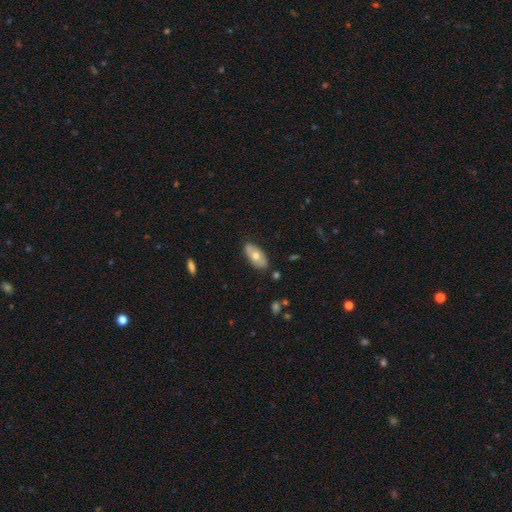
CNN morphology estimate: A smooth galaxy with no disk features (61%) that is in between round and cigar-shaped (92%).

Vote fractions:
- Smooth or featured? smooth: 61% / featured or disk: 33% / star or artifact: 6%
- How rounded? in between: 92% / cigar-shaped: 5% / round: 3%
- Merging? none: 83% / minor disturbance: 13% / major disturbance: 2% / merger: 2%